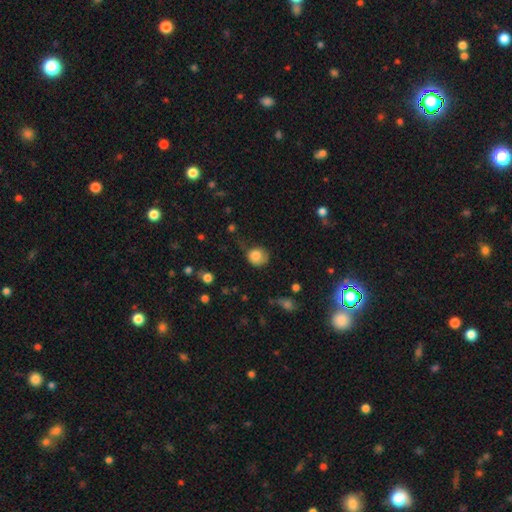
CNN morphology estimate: Overall: smooth (80%). How rounded: round (76%). Merging: none (43%; minor disturbance 35%).